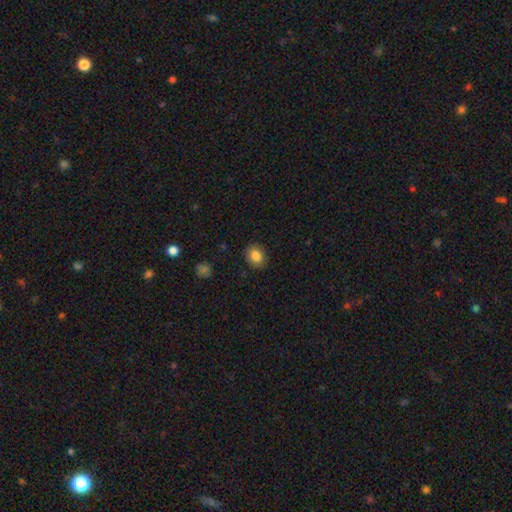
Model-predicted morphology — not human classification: Smooth or featured: smooth — 84% (star or artifact — 9%)
How rounded: round — 53% (in between — 46%)
Merging: none — 88% (minor disturbance — 9%)